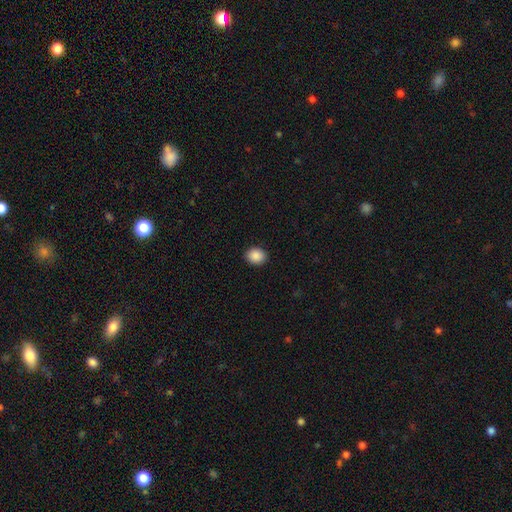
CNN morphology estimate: This is clearly a smooth galaxy (89%). How rounded: possibly round (59%). Merging: clearly none (91%).